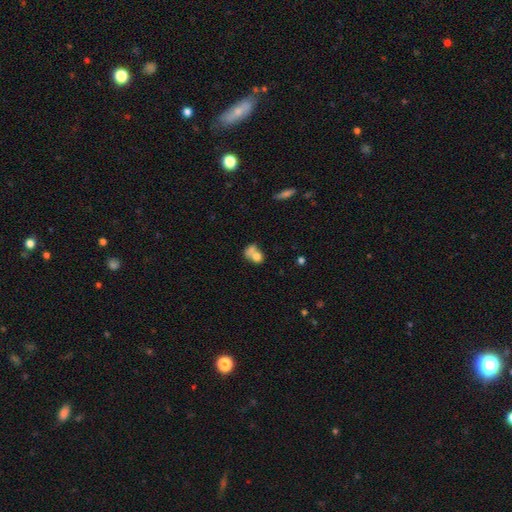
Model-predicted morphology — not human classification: Overall: smooth (71%). How rounded: round (50%; in between 48%). Merging: merger (60%; none 23%).